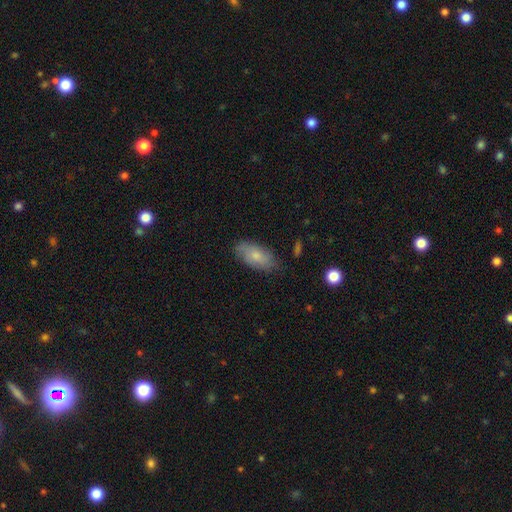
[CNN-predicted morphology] smooth 70%, featured or disk 23%, star or artifact 6%. Down the decision tree: how rounded — in between (91%); merging — none (74%).